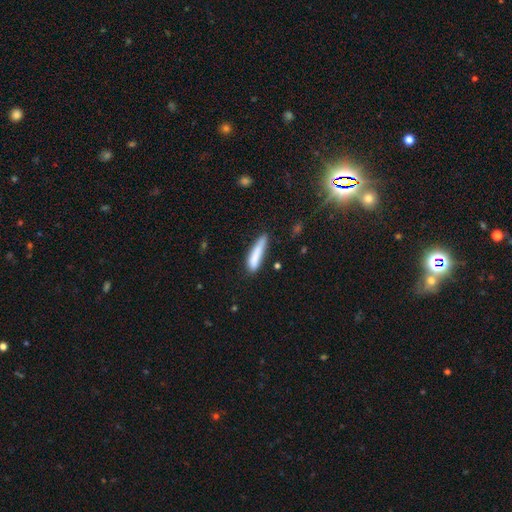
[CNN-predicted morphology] smooth_or_featured: smooth (p=0.82) [alt: featured or disk p=0.12]
how_rounded: cigar-shaped (p=0.85) [alt: in between p=0.14]
merging: none (p=0.67) [alt: minor disturbance p=0.23]